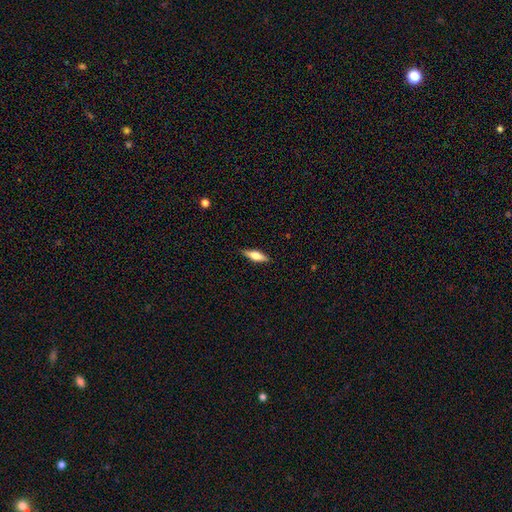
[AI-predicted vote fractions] Smooth or featured? Predicted: smooth (p=0.56). How rounded? Predicted: cigar-shaped (p=0.53). Merging? Predicted: none (p=0.88).